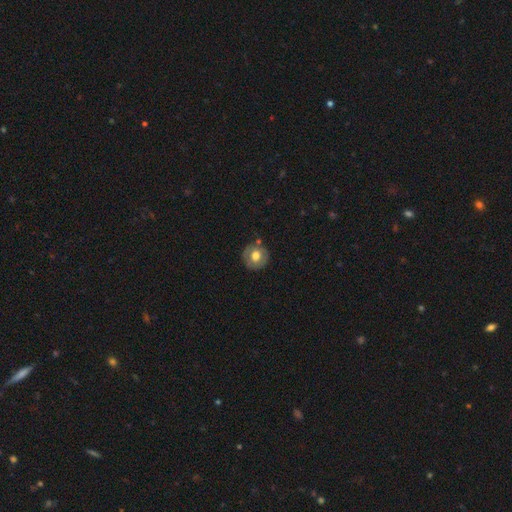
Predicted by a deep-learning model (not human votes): This is likely a smooth galaxy (61%). How rounded: clearly round (90%). Merging: clearly none (80%).